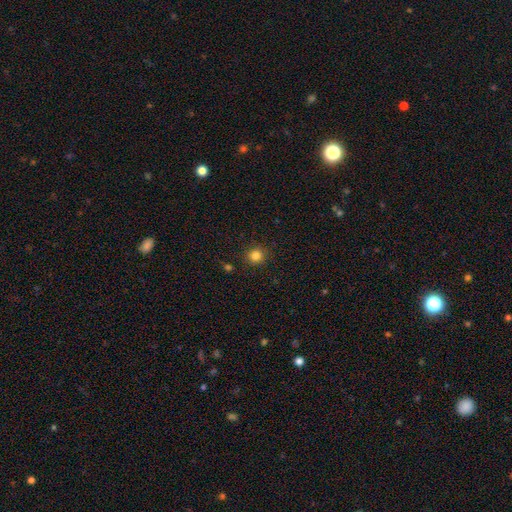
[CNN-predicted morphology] Smooth or featured?
  - smooth: 83% *
  - star or artifact: 13%
  - featured or disk: 4%
How rounded?
  - round: 92% *
  - in between: 7%
  - cigar-shaped: 1%
Merging?
  - none: 90% *
  - minor disturbance: 7%
  - major disturbance: 2%
  - merger: 2%